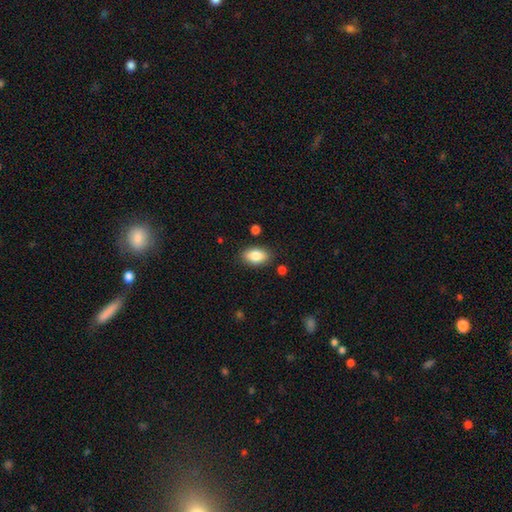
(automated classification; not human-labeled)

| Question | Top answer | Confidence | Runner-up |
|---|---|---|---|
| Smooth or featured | smooth | 83% | featured or disk (9%) |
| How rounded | in between | 90% | round (7%) |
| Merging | none | 85% | minor disturbance (11%) |